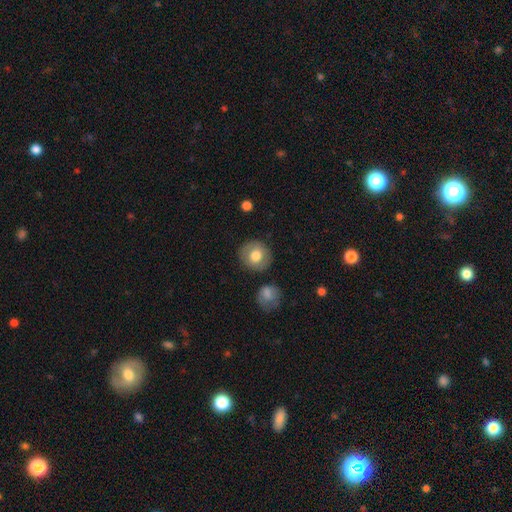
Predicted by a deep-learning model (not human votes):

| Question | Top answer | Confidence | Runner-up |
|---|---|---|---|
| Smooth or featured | smooth | 74% | featured or disk (19%) |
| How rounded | round | 87% | in between (12%) |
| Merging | none | 85% | minor disturbance (9%) |